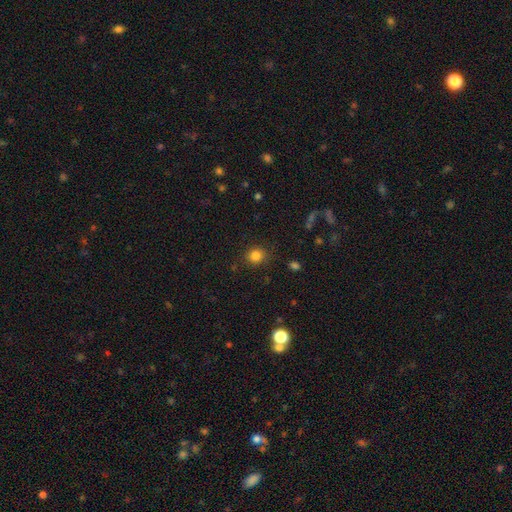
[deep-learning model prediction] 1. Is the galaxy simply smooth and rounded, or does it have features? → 83% smooth, 12% star or artifact, 5% featured or disk.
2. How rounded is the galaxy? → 82% round, 17% in between, 1% cigar-shaped.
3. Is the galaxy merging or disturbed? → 87% none, 9% minor disturbance, 3% major disturbance, 1% merger.